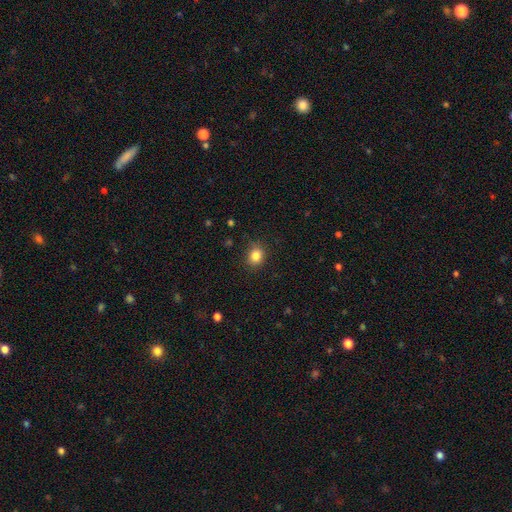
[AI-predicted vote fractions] Smooth or featured? Predicted: smooth (p=0.84). How rounded? Predicted: round (p=0.65). Merging? Predicted: none (p=0.85).